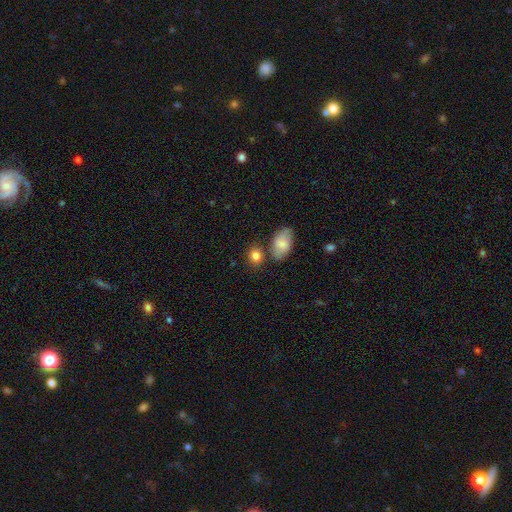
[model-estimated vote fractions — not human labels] The model was most divided on "how rounded": in between: 51%, round: 48%, cigar-shaped: 2%. More confident: smooth or featured — smooth (83%); merging — none (67%).